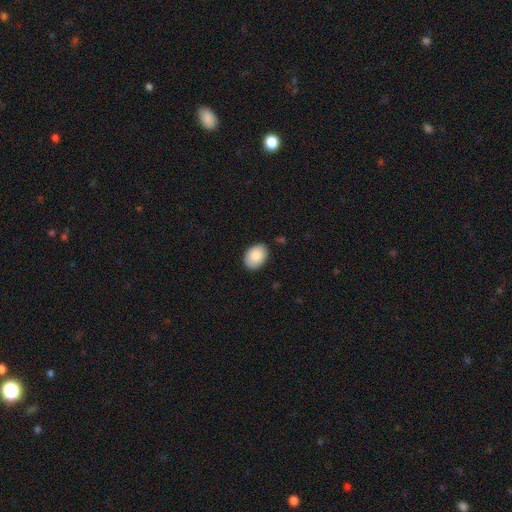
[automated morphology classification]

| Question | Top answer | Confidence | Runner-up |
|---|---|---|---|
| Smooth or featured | smooth | 88% | star or artifact (6%) |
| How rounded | in between | 81% | round (18%) |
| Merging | none | 85% | minor disturbance (12%) |